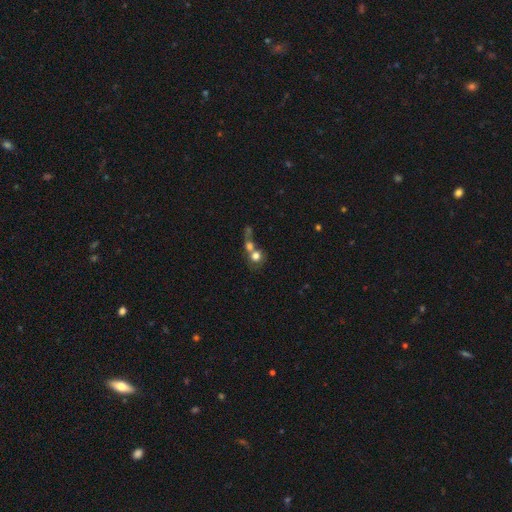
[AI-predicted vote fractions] smooth-or-featured: smooth: 69% | featured or disk: 19% | star or artifact: 12%
  how-rounded: round: 80% | in between: 18% | cigar-shaped: 2%
  merging: merger: 63% | none: 24% | major disturbance: 7% | minor disturbance: 6%